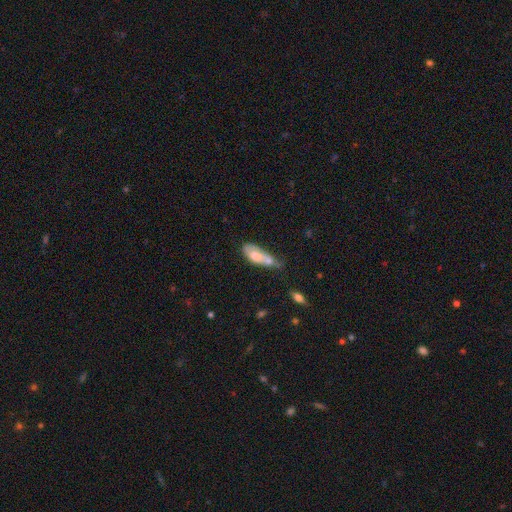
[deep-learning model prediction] Smooth or featured: smooth — 60% (featured or disk — 33%)
How rounded: in between — 73% (cigar-shaped — 23%)
Merging: merger — 40% (minor disturbance — 22%)